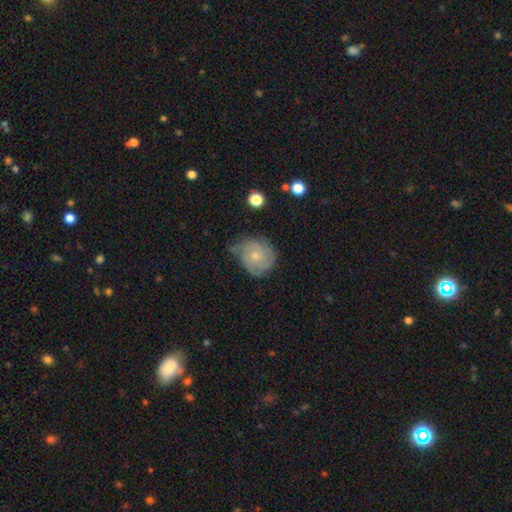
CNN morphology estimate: Smooth or featured?
  - featured or disk: 63% *
  - smooth: 29%
  - star or artifact: 7%
Edge-on disk?
  - no: 97% *
  - yes: 3%
Bar?
  - no: 77% *
  - weak: 21%
  - strong: 2%
Spiral arms?
  - yes: 90% *
  - no: 10%
Spiral winding?
  - tight: 62% *
  - medium: 29%
  - loose: 9%
Spiral arm count?
  - can't tell: 34% *
  - 2: 26%
  - 3: 23%
  - 4: 7%
  - 1: 6%
  - more than 4: 4%
Bulge size?
  - small: 57% *
  - moderate: 37%
  - none: 3%
  - large: 2%
  - dominant: 1%
Merging?
  - none: 57% *
  - minor disturbance: 30%
  - major disturbance: 10%
  - merger: 3%